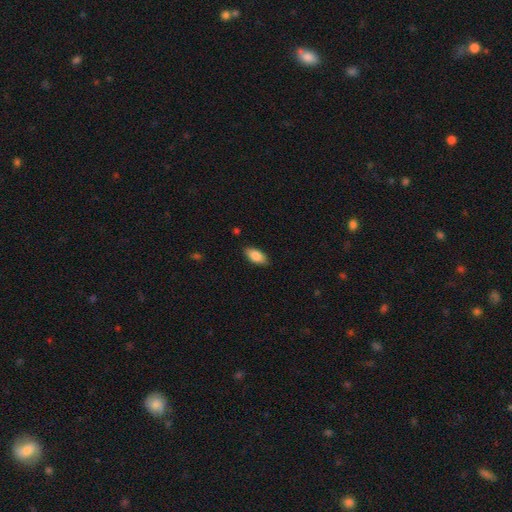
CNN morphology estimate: Smooth or featured: smooth — 85% (featured or disk — 9%)
How rounded: in between — 90% (cigar-shaped — 8%)
Merging: none — 86% (minor disturbance — 11%)